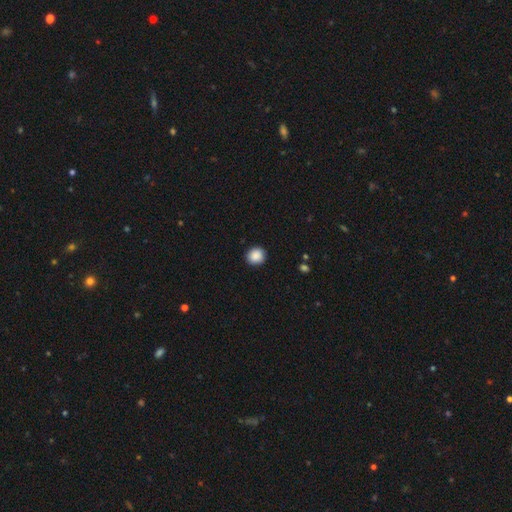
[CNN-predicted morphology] type=smooth (88%); roundness=round (90%); merging=none (91%).